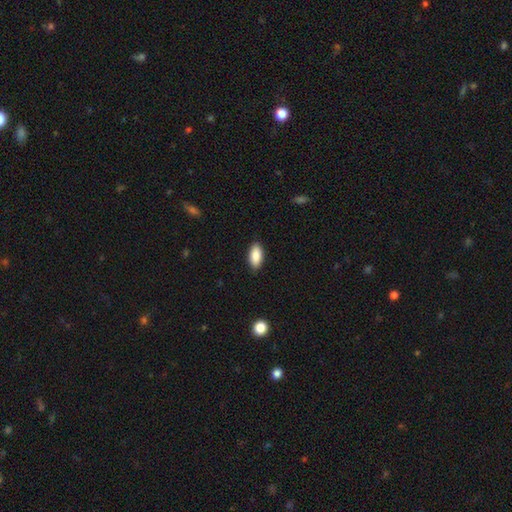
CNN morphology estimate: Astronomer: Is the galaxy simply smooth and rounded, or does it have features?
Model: smooth — 88%.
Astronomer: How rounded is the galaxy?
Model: in between — 90%.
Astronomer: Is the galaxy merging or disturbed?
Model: none — 88%.